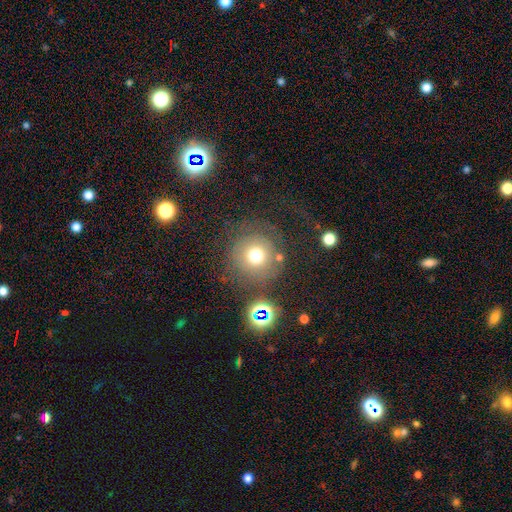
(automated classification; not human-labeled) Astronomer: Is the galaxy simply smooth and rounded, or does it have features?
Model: smooth — 67%.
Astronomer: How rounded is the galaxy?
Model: round — 93%.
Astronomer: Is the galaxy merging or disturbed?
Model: none — 69%.